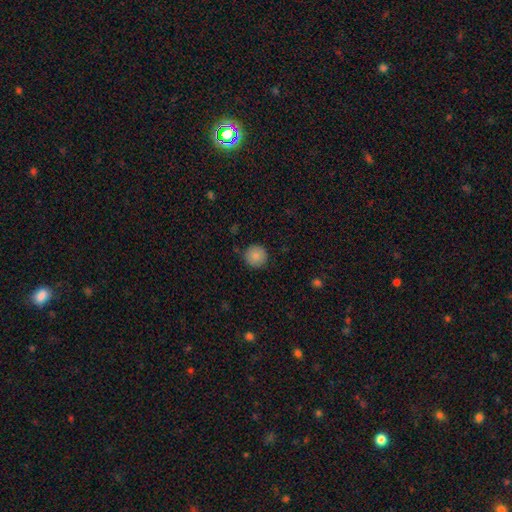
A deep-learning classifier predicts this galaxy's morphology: smooth_or_featured: smooth (p=0.87) [alt: star or artifact p=0.08]
how_rounded: round (p=0.95) [alt: in between p=0.04]
merging: none (p=0.88) [alt: minor disturbance p=0.09]